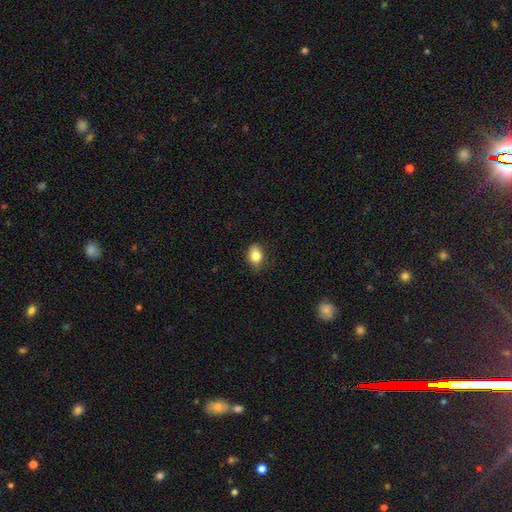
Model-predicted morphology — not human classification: smooth-or-featured: smooth: 84% | star or artifact: 9% | featured or disk: 6%
  how-rounded: in between: 68% | round: 31% | cigar-shaped: 1%
  merging: none: 76% | minor disturbance: 19% | major disturbance: 4% | merger: 1%